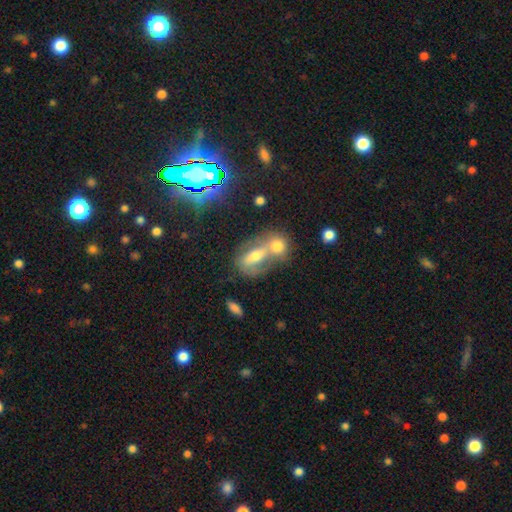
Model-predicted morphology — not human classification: A smooth galaxy with no disk features (46%). Merging: merger (63%).